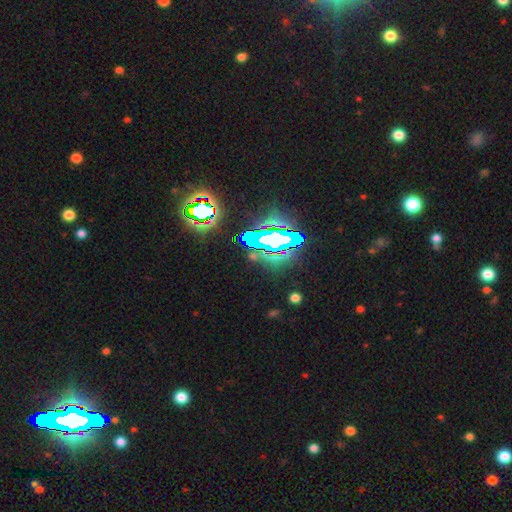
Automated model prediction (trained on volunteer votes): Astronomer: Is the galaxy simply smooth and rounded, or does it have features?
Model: star or artifact — 69%.